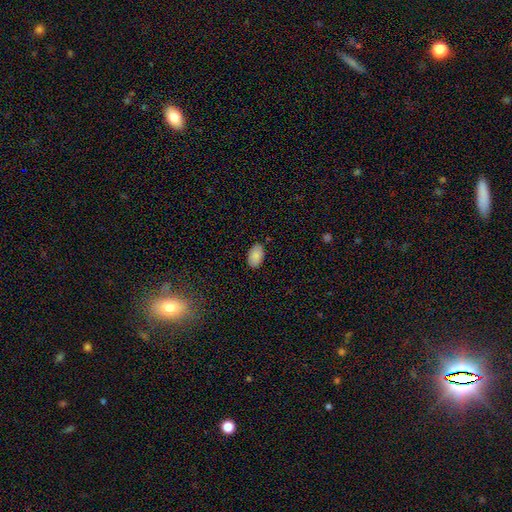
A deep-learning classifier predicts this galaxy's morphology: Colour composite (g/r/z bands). It shows a smooth galaxy with no disk features (87%) that is in between round and cigar-shaped (92%). Merging: none (85%).